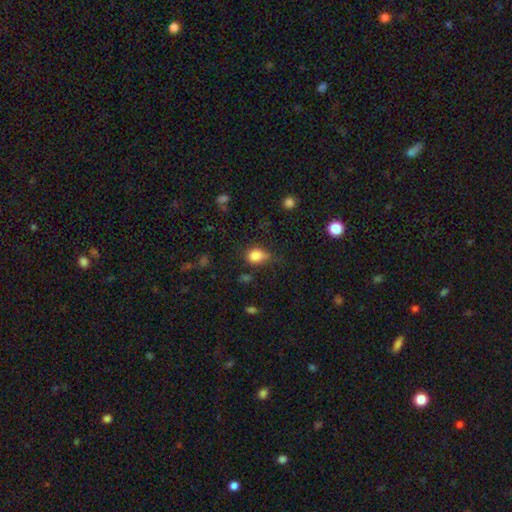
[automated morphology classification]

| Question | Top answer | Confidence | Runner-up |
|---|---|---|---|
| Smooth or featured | smooth | 82% | star or artifact (11%) |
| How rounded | in between | 65% | round (33%) |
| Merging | none | 44% | minor disturbance (36%) |